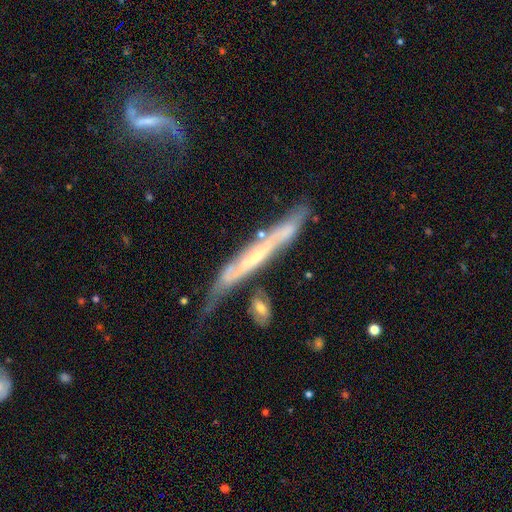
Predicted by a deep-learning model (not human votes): Smooth or featured?
  - featured or disk: 72% *
  - smooth: 21%
  - star or artifact: 7%
Edge-on disk?
  - yes: 75% *
  - no: 25%
Edge-on bulge?
  - none: 70% *
  - rounded: 18%
  - boxy: 12%
Merging?
  - none: 44% *
  - minor disturbance: 28%
  - major disturbance: 17%
  - merger: 11%